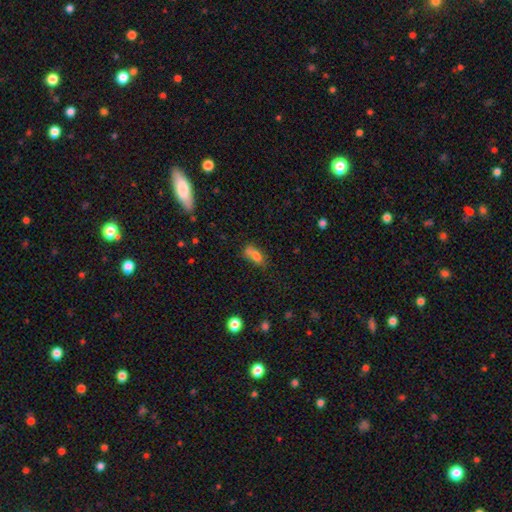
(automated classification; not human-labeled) smooth 73%, featured or disk 15%, star or artifact 12%. Down the decision tree: how rounded — in between (77%); merging — merger (40%).